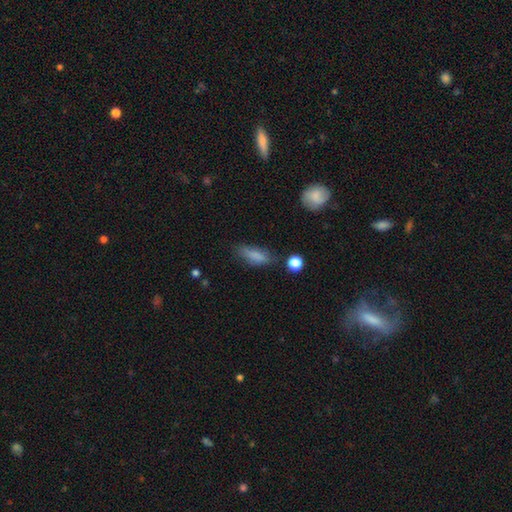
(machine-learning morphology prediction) smooth_or_featured: smooth (p=0.78) [alt: featured or disk p=0.12]
how_rounded: in between (p=0.61) [alt: cigar-shaped p=0.35]
merging: none (p=0.62) [alt: minor disturbance p=0.25]